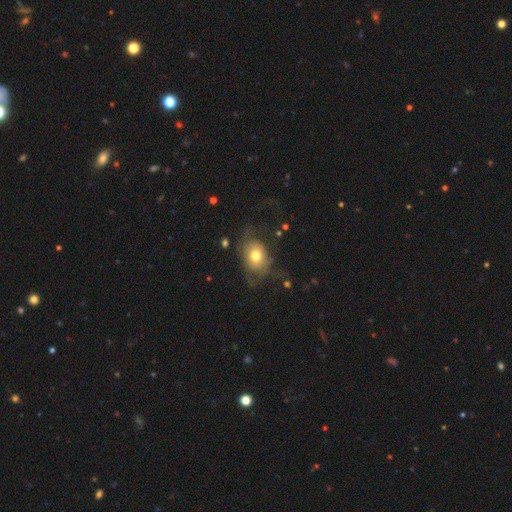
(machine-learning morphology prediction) Q: Smooth or featured?
A: smooth (56%); runner-up: featured or disk (35%)
Q: How rounded?
A: in between (59%); runner-up: round (40%)
Q: Merging?
A: none (46%); runner-up: major disturbance (29%)